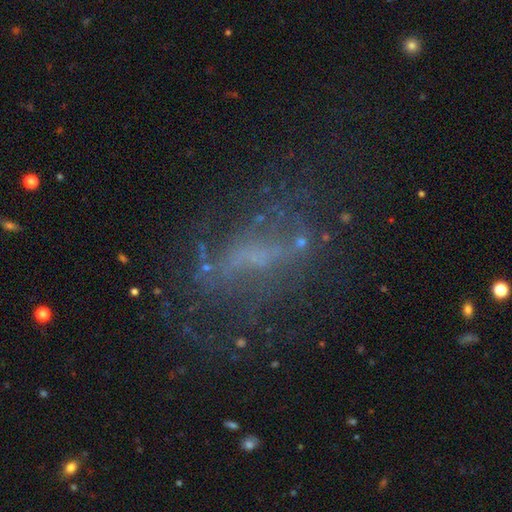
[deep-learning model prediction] smooth-or-featured: featured or disk: 58% | star or artifact: 21% | smooth: 20%
  disk-edge-on: no: 85% | yes: 15%
  merging: none: 56% | major disturbance: 22% | minor disturbance: 18% | merger: 4%